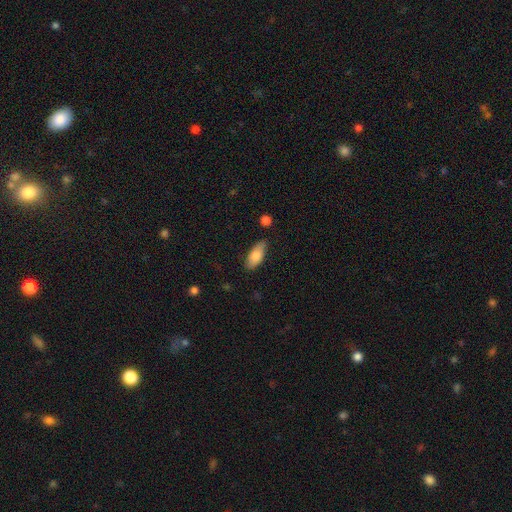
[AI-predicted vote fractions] This appears to be a smooth galaxy with no disk features (78%) that is in between round and cigar-shaped (81%). Merging: none (80%).